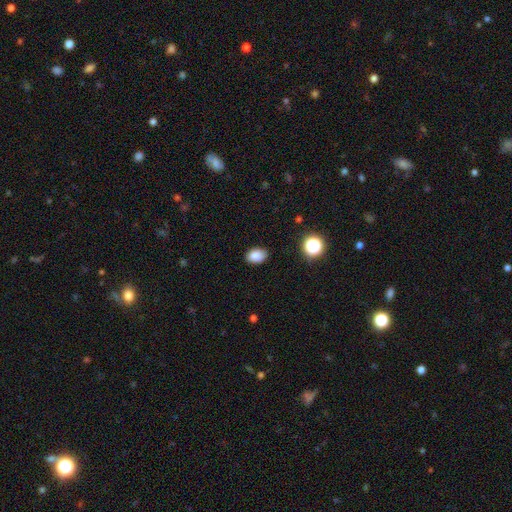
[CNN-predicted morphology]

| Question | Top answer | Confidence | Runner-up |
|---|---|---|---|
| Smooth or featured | smooth | 85% | star or artifact (11%) |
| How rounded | in between | 80% | round (18%) |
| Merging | none | 85% | minor disturbance (12%) |